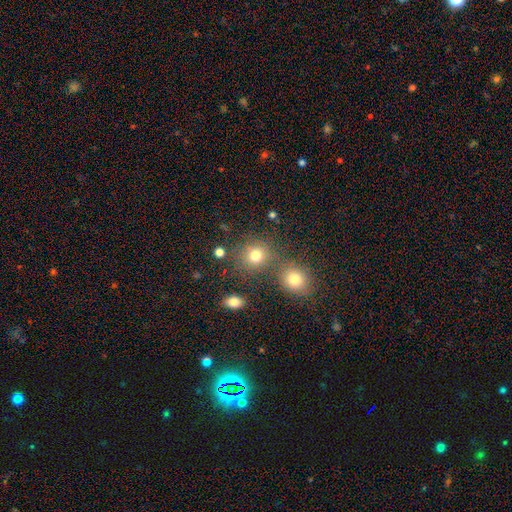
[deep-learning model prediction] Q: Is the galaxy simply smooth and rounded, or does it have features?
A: smooth — 77%.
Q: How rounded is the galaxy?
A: round — 83%.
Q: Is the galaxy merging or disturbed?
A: none — 66%.